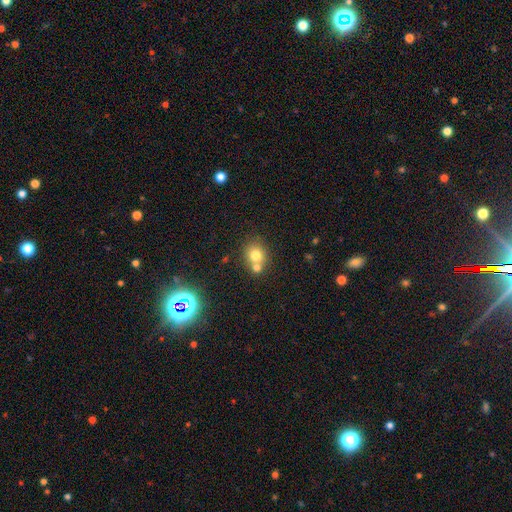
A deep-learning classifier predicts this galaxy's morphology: Overall: smooth (74%). How rounded: round (78%). Merging: none (48%; merger 42%).